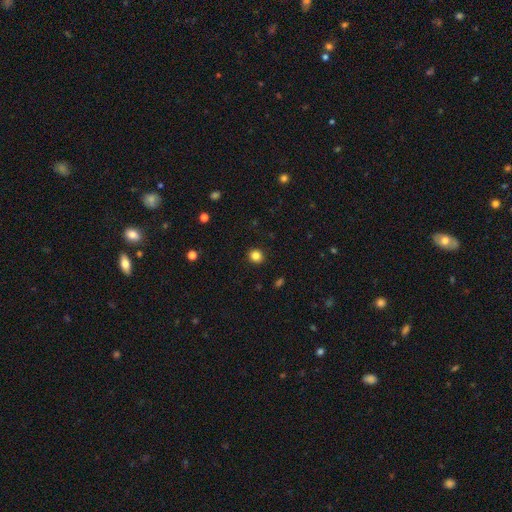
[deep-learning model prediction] smooth 84%, star or artifact 12%, featured or disk 4%. Down the decision tree: how rounded — round (90%); merging — none (92%).